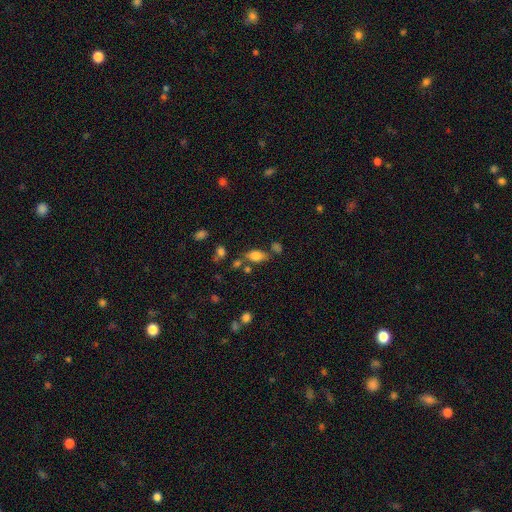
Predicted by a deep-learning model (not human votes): Overall: smooth (77%). How rounded: in between (87%). Merging: none (64%).